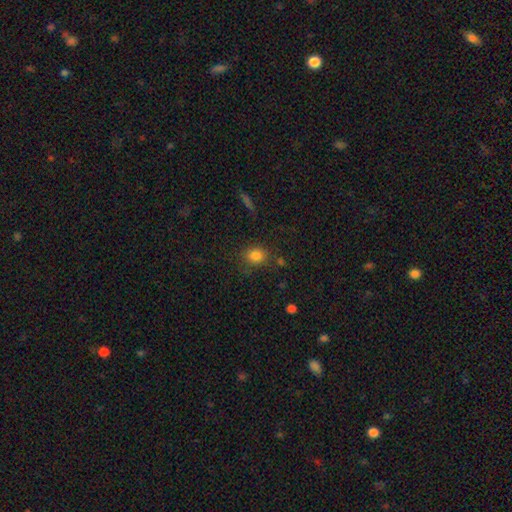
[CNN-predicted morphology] Smooth or featured? Predicted: smooth (p=0.82). How rounded? Predicted: round (p=0.57). Merging? Predicted: none (p=0.77).